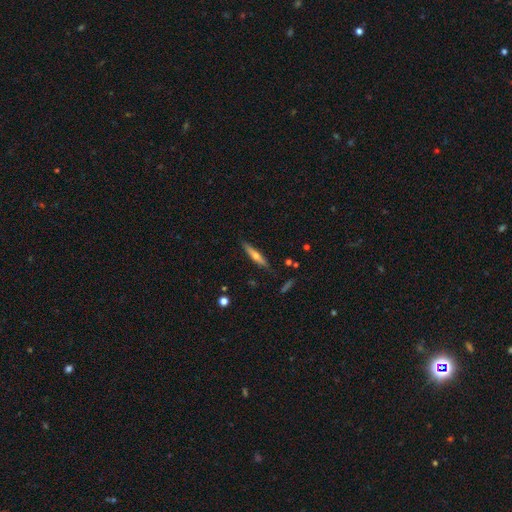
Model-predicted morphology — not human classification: featured or disk 54%, smooth 39%, star or artifact 7%. Down the decision tree: edge-on disk — yes (93%); edge-on bulge — rounded (83%); merging — none (85%).